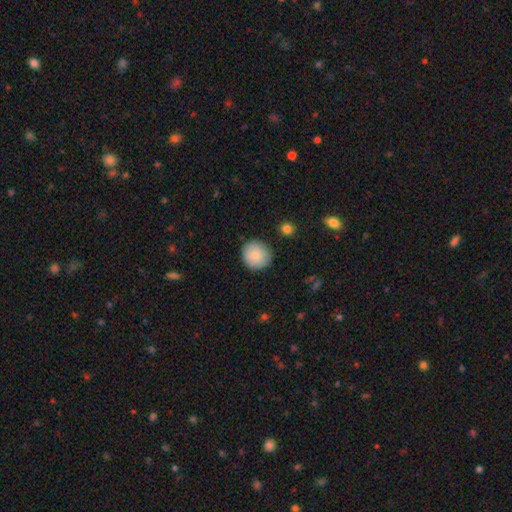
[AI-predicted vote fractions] This appears to be a smooth galaxy with no disk features (87%) that is round (91%). Merging: none (86%).